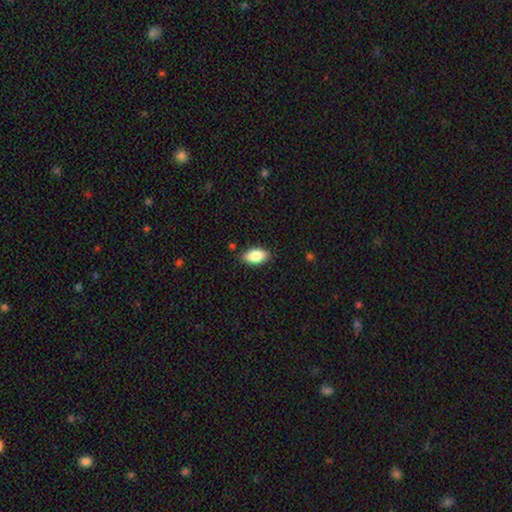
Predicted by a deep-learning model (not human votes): smooth_or_featured: smooth (p=0.84) [alt: featured or disk p=0.09]
how_rounded: in between (p=0.92) [alt: round p=0.04]
merging: none (p=0.86) [alt: minor disturbance p=0.10]